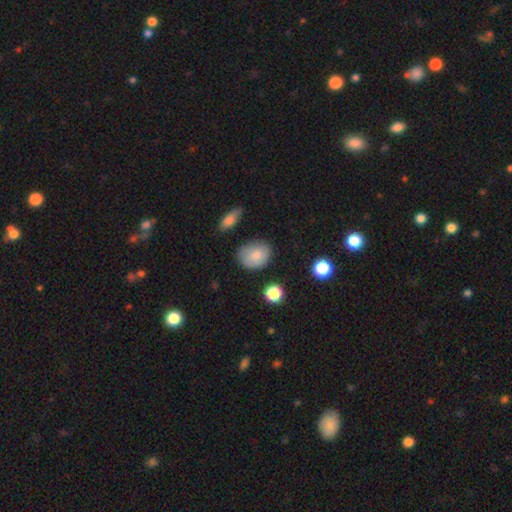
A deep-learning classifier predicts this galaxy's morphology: Smooth or featured? smooth (82%)
How rounded? in between (56%)
Merging? none (73%)